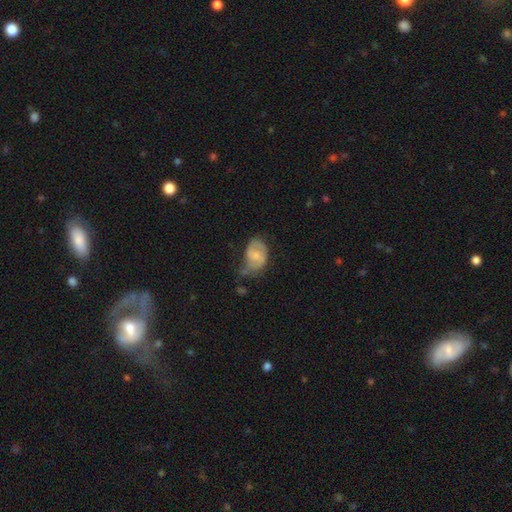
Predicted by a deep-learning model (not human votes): A featured or disk galaxy (53%) with no bar (49%), spiral arms (79%) and a small central bulge (39%).

Vote fractions:
- Smooth or featured? featured or disk: 53% / smooth: 40% / star or artifact: 7%
- Edge-on disk? no: 97% / yes: 3%
- Bar? no: 49% / weak: 43% / strong: 8%
- Spiral arms? yes: 79% / no: 21%
- Bulge size? small: 39% / moderate: 37% / none: 18% / large: 5% / dominant: 1%
- Merging? none: 37% (tied) / minor disturbance: 37% (tied) / major disturbance: 22% / merger: 5%